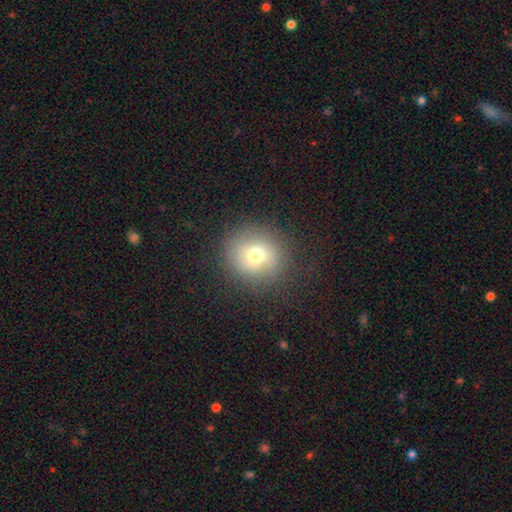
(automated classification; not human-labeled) Morphology: type=smooth (69%); roundness=round (90%); merging=none (87%).